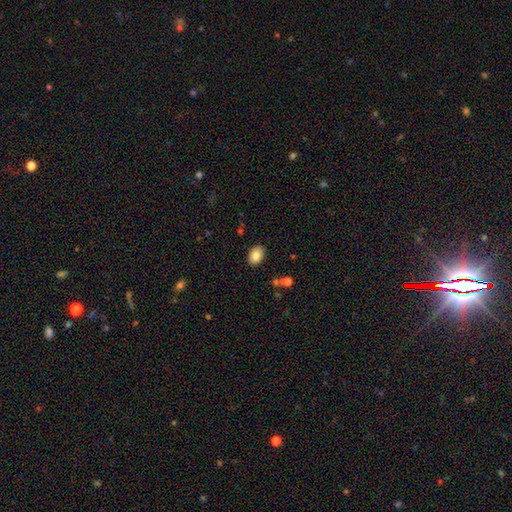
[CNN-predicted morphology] Smooth or featured: smooth — 84% (star or artifact — 8%)
How rounded: in between — 81% (round — 18%)
Merging: none — 86% (minor disturbance — 10%)